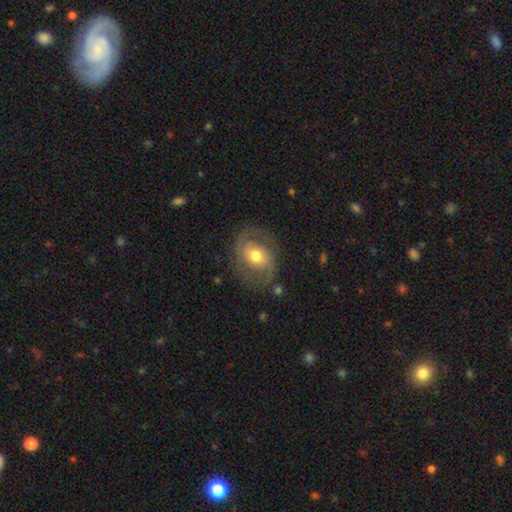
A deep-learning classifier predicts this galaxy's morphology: Smooth or featured? featured or disk (67%)
Edge-on disk? no (96%)
Bar? no (51%)
Spiral arms? yes (77%)
Bulge size? moderate (72%)
Merging? none (72%)